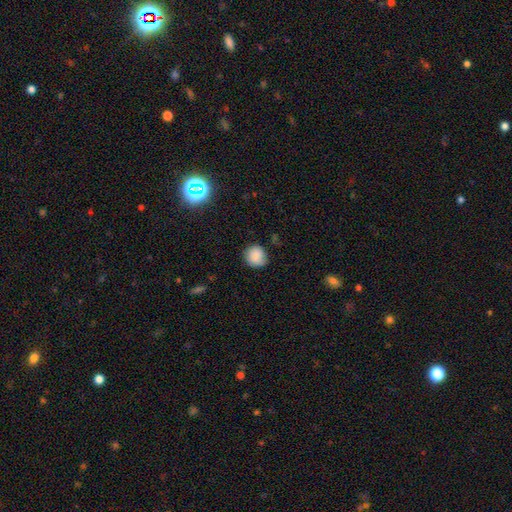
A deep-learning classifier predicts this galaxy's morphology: type=smooth (84%); roundness=round (89%); merging=none (78%).